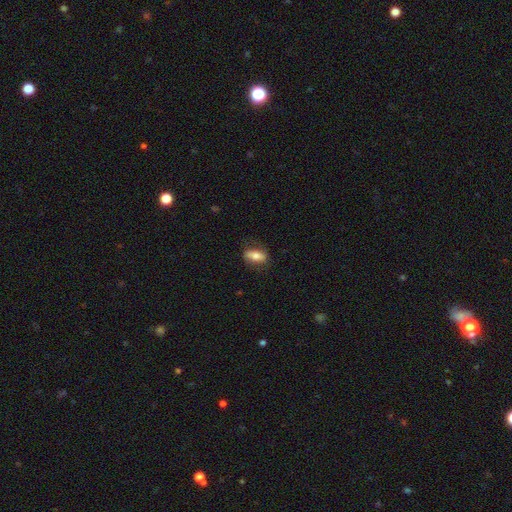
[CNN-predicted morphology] Smooth or featured?
  - smooth: 60% *
  - featured or disk: 33%
  - star or artifact: 7%
How rounded?
  - in between: 77% *
  - cigar-shaped: 16%
  - round: 7%
Merging?
  - none: 76% *
  - minor disturbance: 17%
  - major disturbance: 6%
  - merger: 1%